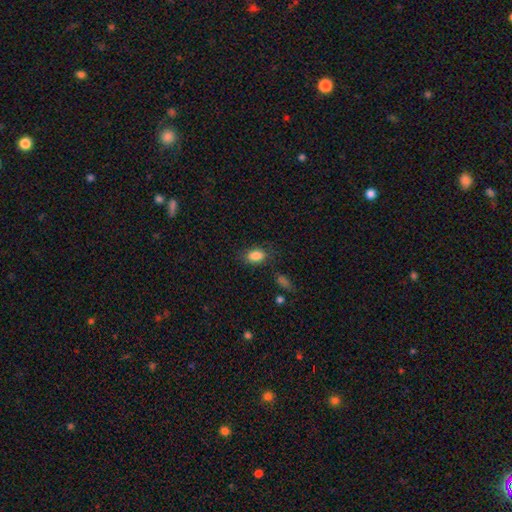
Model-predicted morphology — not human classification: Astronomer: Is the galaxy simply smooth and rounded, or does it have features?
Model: smooth — 85%.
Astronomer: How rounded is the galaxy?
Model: in between — 86%.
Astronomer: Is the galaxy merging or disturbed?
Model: none — 77%.